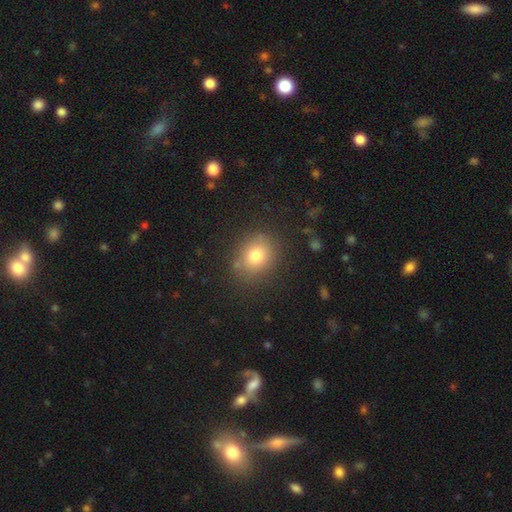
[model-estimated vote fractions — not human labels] A smooth galaxy with no disk features (78%) that is round (66%). Merging: none (81%).